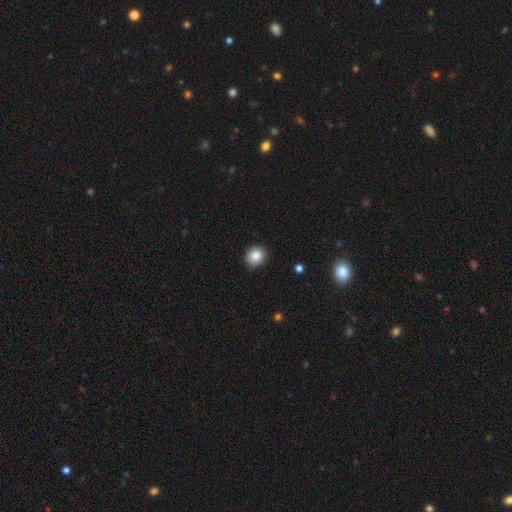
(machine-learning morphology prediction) Overall: smooth (85%). How rounded: round (80%). Merging: none (88%).